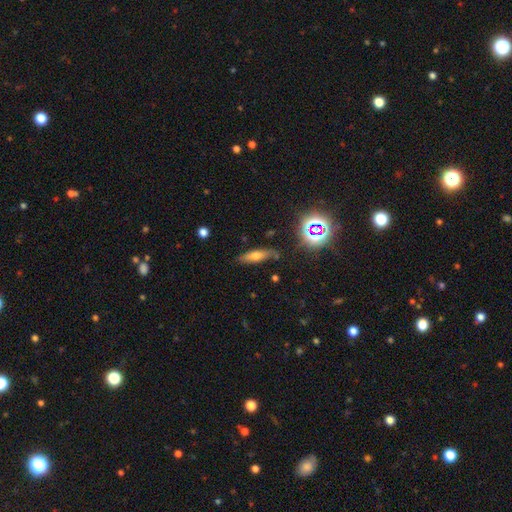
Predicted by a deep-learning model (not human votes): Q: Smooth or featured?
A: smooth (56%); runner-up: featured or disk (30%)
Q: How rounded?
A: cigar-shaped (58%); runner-up: in between (38%)
Q: Merging?
A: none (76%); runner-up: minor disturbance (17%)